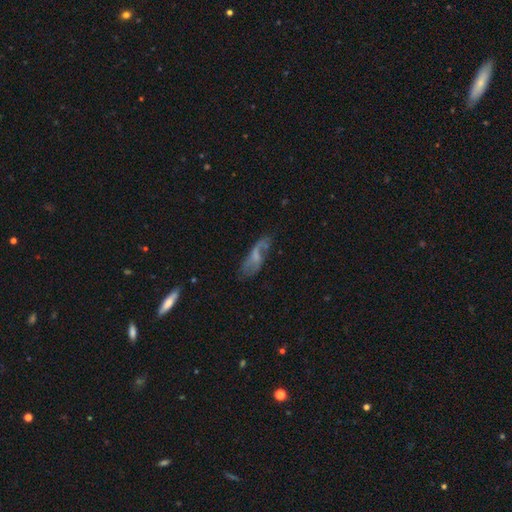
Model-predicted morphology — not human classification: Smooth or featured: featured or disk — 56% (smooth — 35%)
Edge-on disk: no — 85% (yes — 15%)
Merging: none — 50% (minor disturbance — 26%)